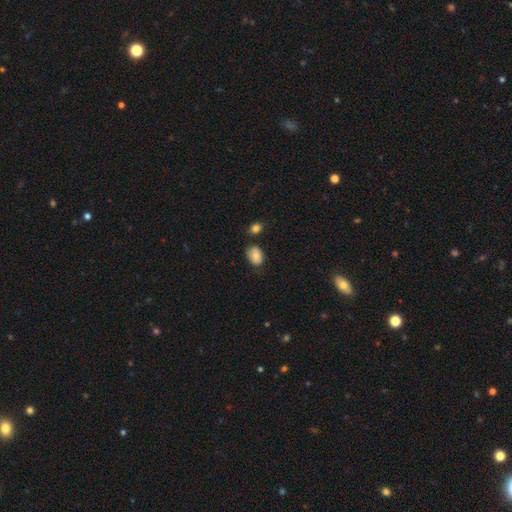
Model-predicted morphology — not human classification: type=smooth (80%); roundness=in between (76%); merging=none (66%).